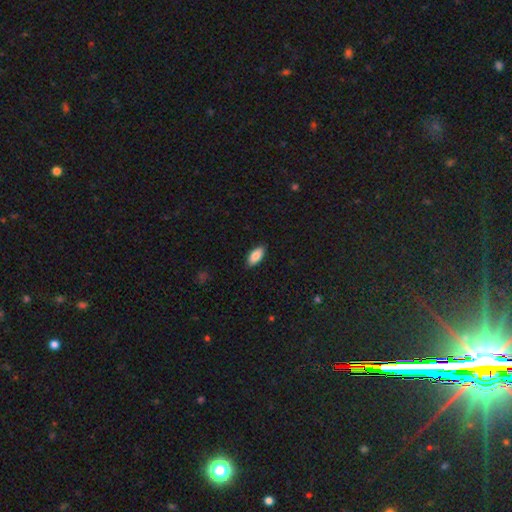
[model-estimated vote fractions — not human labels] A smooth galaxy with no disk features (86%) that is in between round and cigar-shaped (88%).

Vote fractions:
- Smooth or featured? smooth: 86% / featured or disk: 7% / star or artifact: 6%
- How rounded? in between: 88% / cigar-shaped: 9% / round: 2%
- Merging? none: 88% / minor disturbance: 9% / major disturbance: 2% / merger: 1%